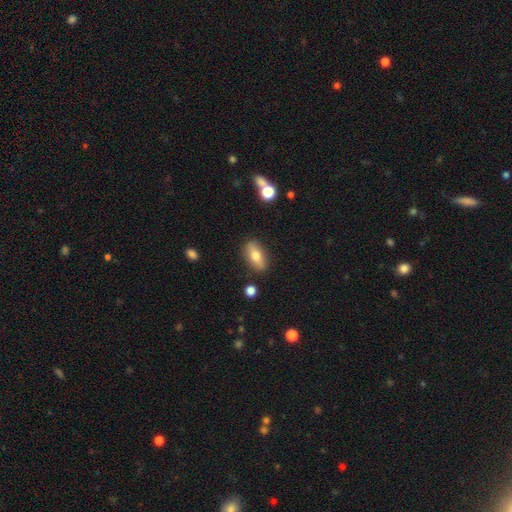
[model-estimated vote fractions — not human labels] smooth_or_featured: smooth (p=0.69) [alt: featured or disk p=0.23]
how_rounded: in between (p=0.81) [alt: cigar-shaped p=0.14]
merging: none (p=0.85) [alt: minor disturbance p=0.10]